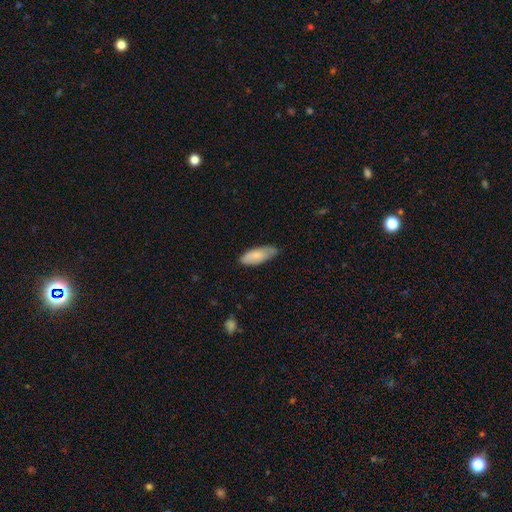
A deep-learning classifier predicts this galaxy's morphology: A smooth galaxy with no disk features (80%) that is in between round and cigar-shaped (76%). Merging: none (65%).